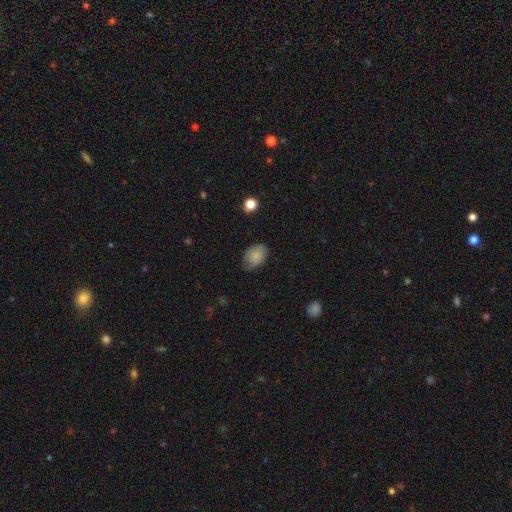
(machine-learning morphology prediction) This is clearly a smooth galaxy (82%). How rounded: likely in between (73%). Merging: likely none (67%).